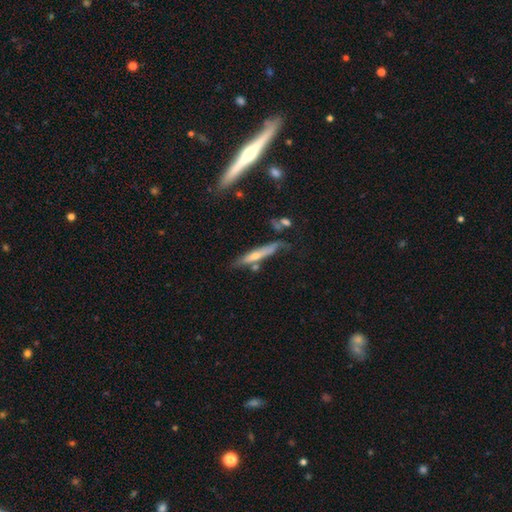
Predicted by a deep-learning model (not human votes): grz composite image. It shows a featured or disk galaxy (52%) viewed edge-on (87%). Merging: none (64%).